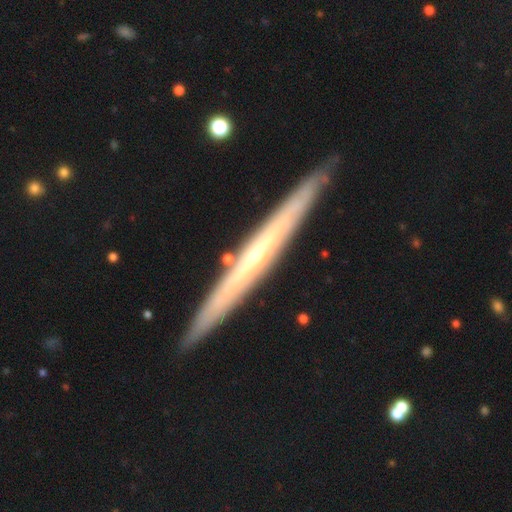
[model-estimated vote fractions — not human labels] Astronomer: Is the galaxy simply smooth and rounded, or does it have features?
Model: featured or disk — 75%.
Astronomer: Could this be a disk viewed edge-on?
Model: yes — 93%.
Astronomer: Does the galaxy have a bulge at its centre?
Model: none — 58% (runner-up: rounded, 39%).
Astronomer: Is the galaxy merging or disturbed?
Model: none — 89%.